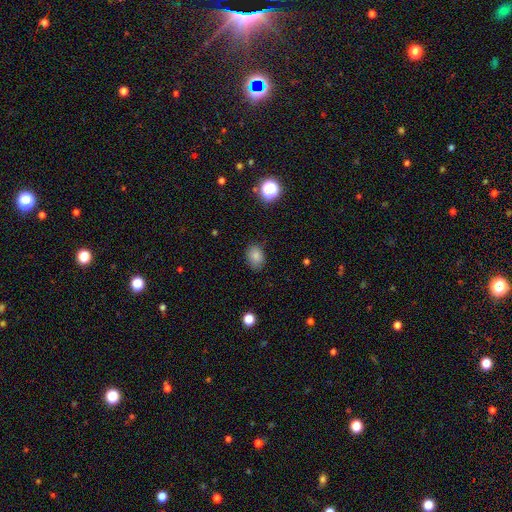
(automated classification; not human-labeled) smooth_or_featured: smooth (p=0.83) [alt: star or artifact p=0.12]
how_rounded: in between (p=0.67) [alt: round p=0.32]
merging: none (p=0.82) [alt: minor disturbance p=0.13]